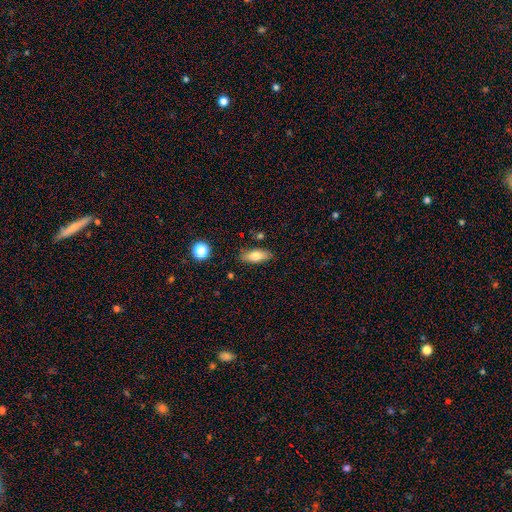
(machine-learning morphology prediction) smooth 74%, featured or disk 18%, star or artifact 8%. Down the decision tree: how rounded — in between (78%); merging — none (84%).